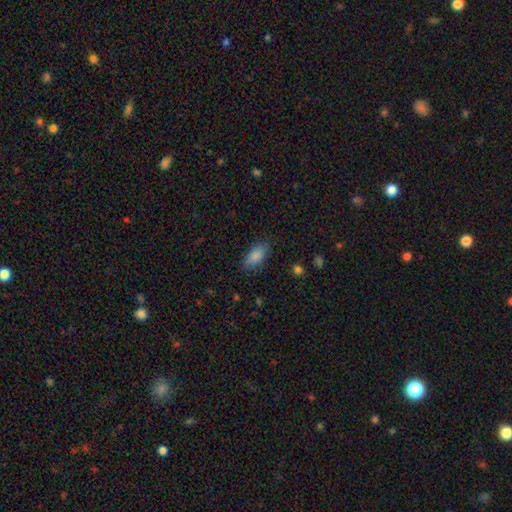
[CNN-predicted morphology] The model was most divided on "merging": none: 84%, minor disturbance: 12%, major disturbance: 3%, merger: 1%. More confident: how rounded — in between (88%); smooth or featured — smooth (86%).